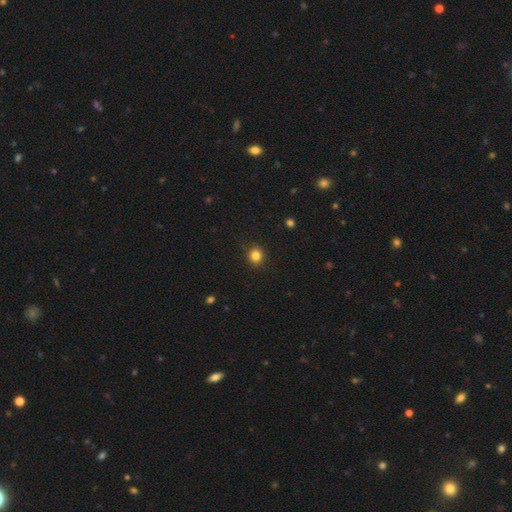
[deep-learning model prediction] The model was most divided on "smooth or featured": smooth: 84%, star or artifact: 12%, featured or disk: 4%. More confident: merging — none (91%); how rounded — round (89%).